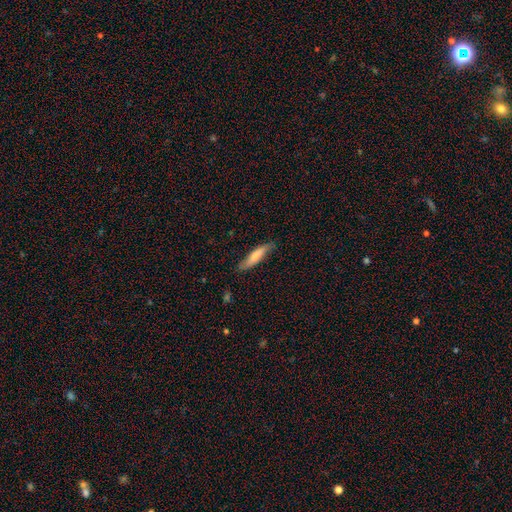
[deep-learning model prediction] Smooth or featured?
  - smooth: 71% *
  - featured or disk: 24%
  - star or artifact: 5%
How rounded?
  - cigar-shaped: 83% *
  - in between: 16%
  - round: 1%
Merging?
  - none: 80% *
  - minor disturbance: 16%
  - major disturbance: 3%
  - merger: 1%